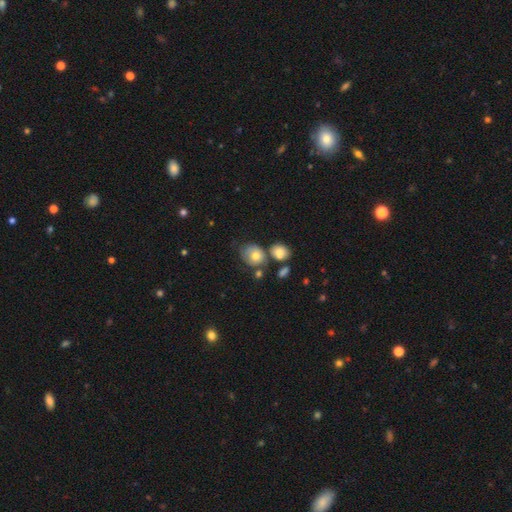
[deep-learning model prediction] smooth_or_featured: smooth (p=0.47) [alt: star or artifact p=0.37]
merging: none (p=0.57) [alt: merger p=0.26]